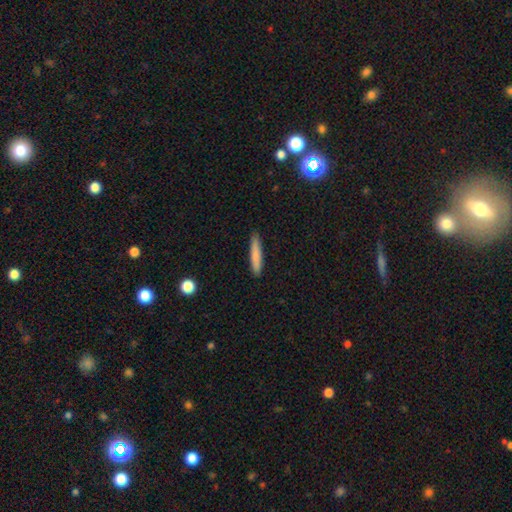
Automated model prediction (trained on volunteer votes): smooth-or-featured: smooth: 81% | featured or disk: 13% | star or artifact: 6%
  how-rounded: cigar-shaped: 92% | in between: 7% | round: 1%
  merging: none: 89% | minor disturbance: 8% | major disturbance: 2% | merger: 1%